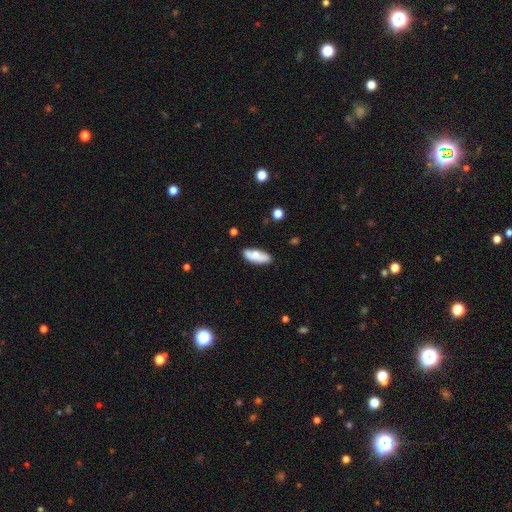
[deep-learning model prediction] smooth 74%, featured or disk 19%, star or artifact 7%. Down the decision tree: how rounded — in between (75%); merging — none (73%).